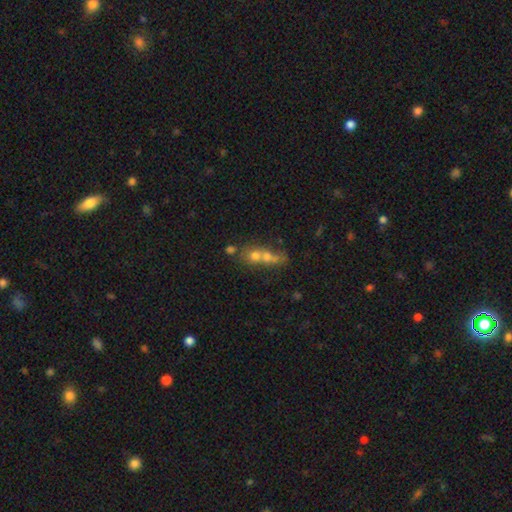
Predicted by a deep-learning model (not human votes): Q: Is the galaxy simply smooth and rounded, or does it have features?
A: smooth — 58%.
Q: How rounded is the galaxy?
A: round — 61%.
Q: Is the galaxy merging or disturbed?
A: merger — 65%.